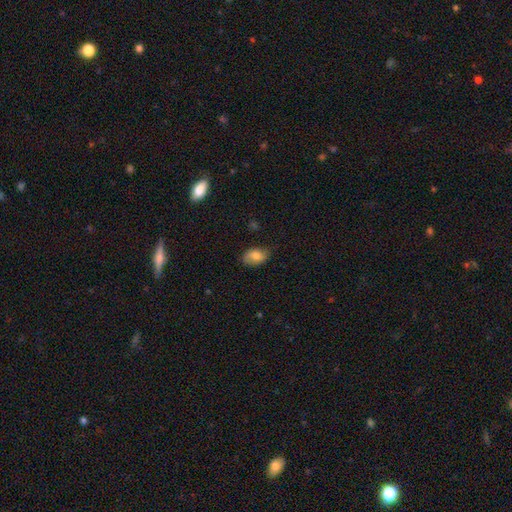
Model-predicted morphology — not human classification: The model was most divided on "merging": none: 73%, minor disturbance: 22%, major disturbance: 4%, merger: 1%. More confident: how rounded — in between (89%); smooth or featured — smooth (73%).